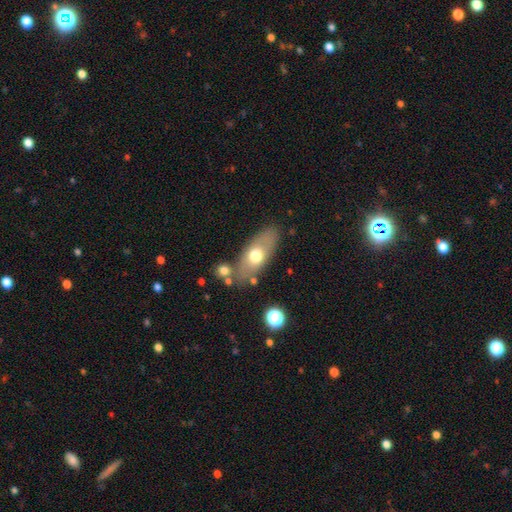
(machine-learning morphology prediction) type=smooth (62%); roundness=in between (76%); merging=none (74%).